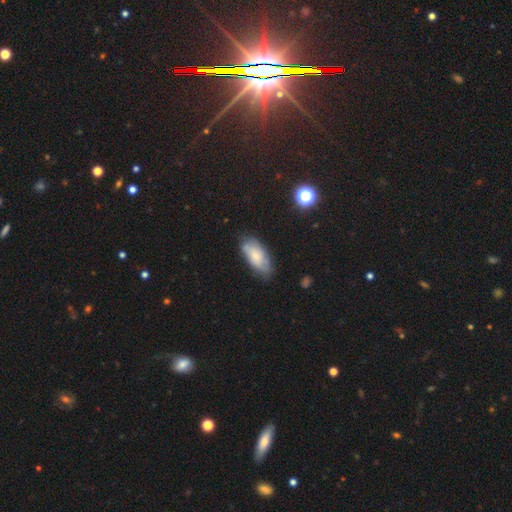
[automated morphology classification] type=smooth (57%); roundness=in between (88%); merging=none (67%).